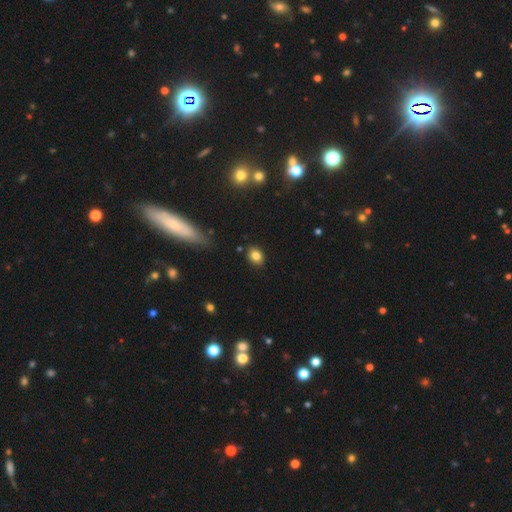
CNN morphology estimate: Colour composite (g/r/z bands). It shows a smooth galaxy with no disk features (82%) that is in between round and cigar-shaped (60%). Merging: none (85%).